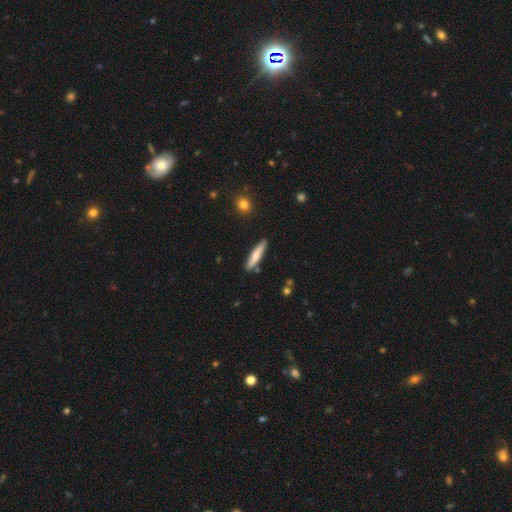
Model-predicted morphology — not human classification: type=smooth (58%); roundness=cigar-shaped (87%); merging=none (86%).